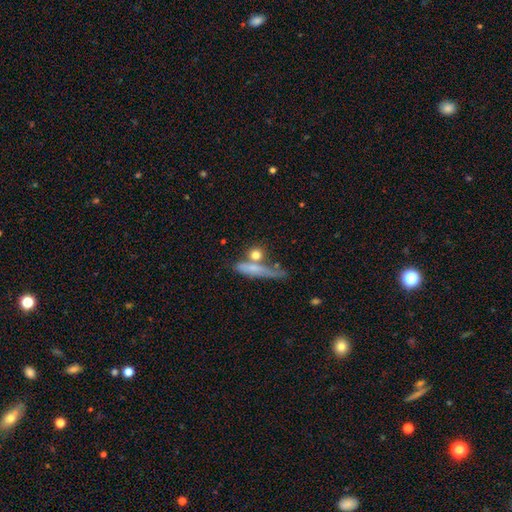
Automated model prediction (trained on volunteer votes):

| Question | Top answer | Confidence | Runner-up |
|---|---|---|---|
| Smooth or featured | smooth | 71% | featured or disk (20%) |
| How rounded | round | 49% | cigar-shaped (31%) |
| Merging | none | 53% | merger (25%) |